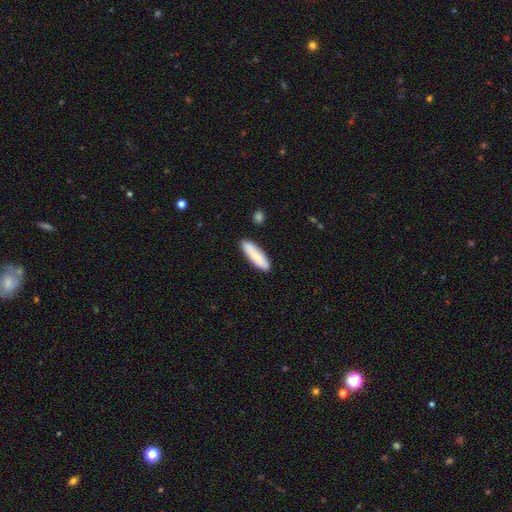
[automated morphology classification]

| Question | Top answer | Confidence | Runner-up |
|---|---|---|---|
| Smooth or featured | smooth | 77% | featured or disk (17%) |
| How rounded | cigar-shaped | 64% | in between (34%) |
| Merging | none | 87% | minor disturbance (10%) |